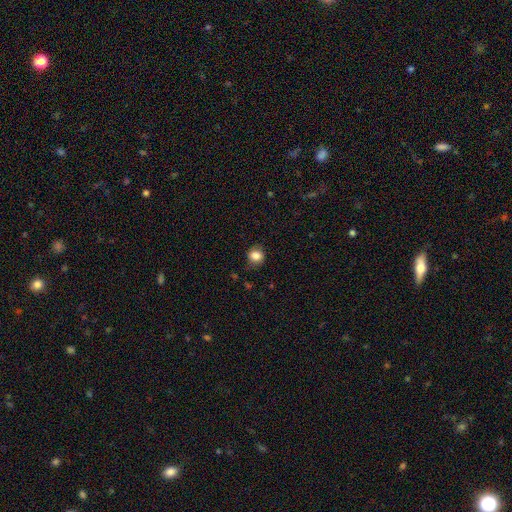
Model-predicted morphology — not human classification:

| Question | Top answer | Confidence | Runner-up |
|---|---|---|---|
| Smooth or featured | smooth | 84% | star or artifact (10%) |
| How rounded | round | 72% | in between (27%) |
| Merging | none | 80% | minor disturbance (15%) |